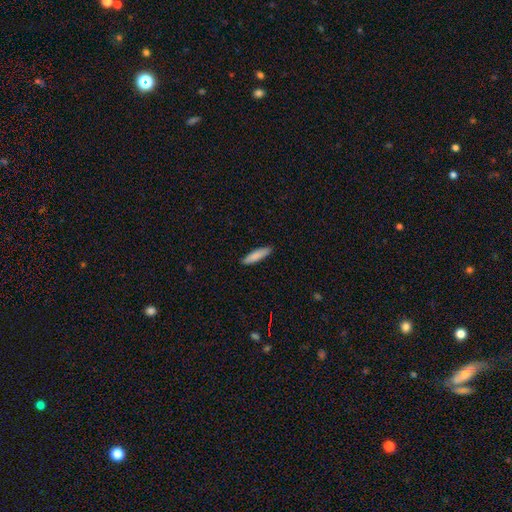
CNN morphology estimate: Q: Smooth or featured?
A: smooth (86%); runner-up: featured or disk (8%)
Q: How rounded?
A: cigar-shaped (75%); runner-up: in between (23%)
Q: Merging?
A: none (90%); runner-up: minor disturbance (8%)